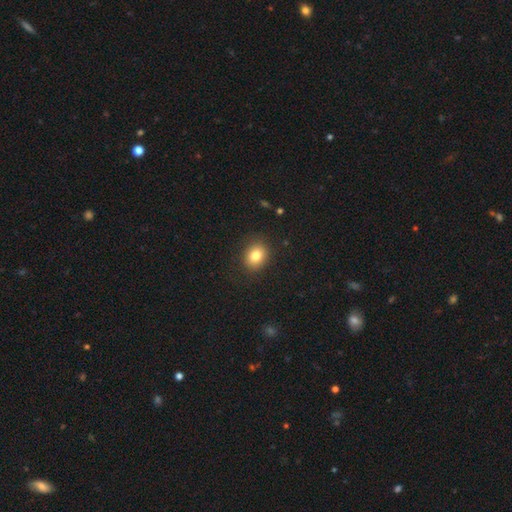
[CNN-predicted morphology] Overall: smooth (81%). How rounded: in between (51%; round 48%). Merging: none (87%).